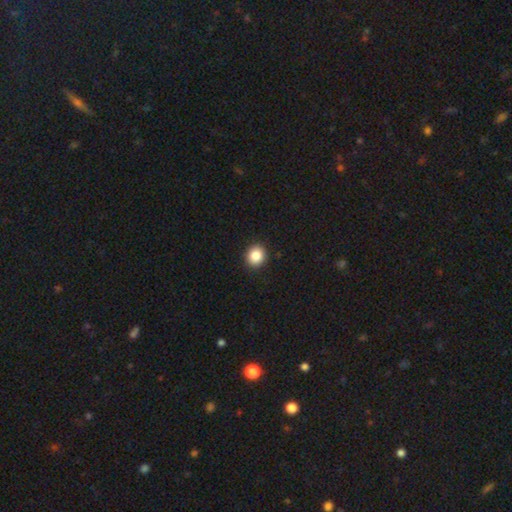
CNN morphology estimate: This is clearly a smooth galaxy (86%). How rounded: clearly round (82%). Merging: clearly none (92%).